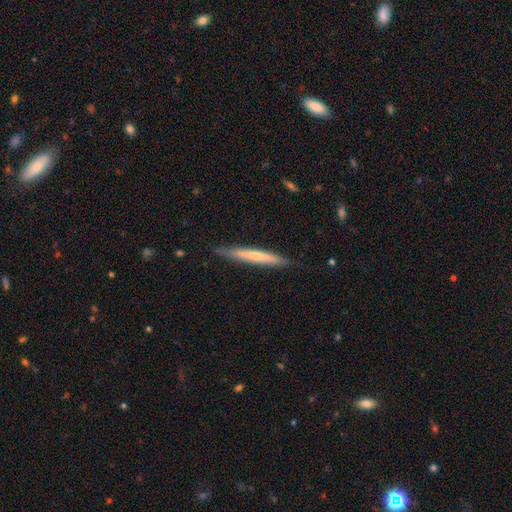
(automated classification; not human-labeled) Smooth or featured? smooth (51%)
How rounded? cigar-shaped (96%)
Merging? none (87%)